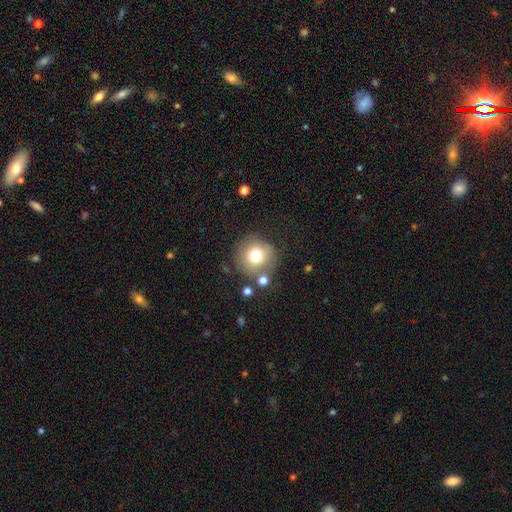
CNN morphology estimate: A smooth galaxy with no disk features (74%) that is round (93%).

Vote fractions:
- Smooth or featured? smooth: 74% / featured or disk: 14% / star or artifact: 12%
- How rounded? round: 93% / in between: 6% / cigar-shaped: 1%
- Merging? none: 74% / minor disturbance: 13% / merger: 8% / major disturbance: 5%